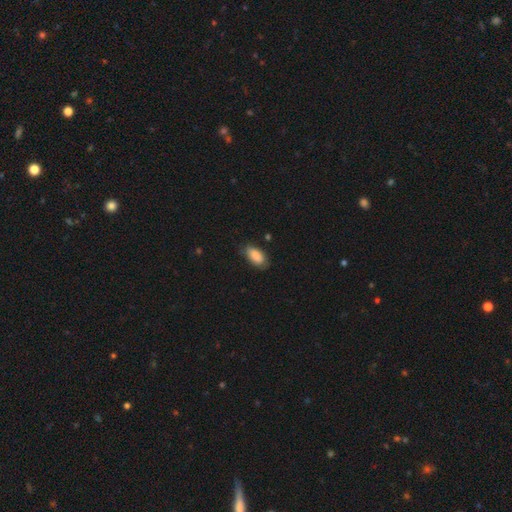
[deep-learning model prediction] Smooth or featured? smooth (86%)
How rounded? in between (92%)
Merging? none (70%)